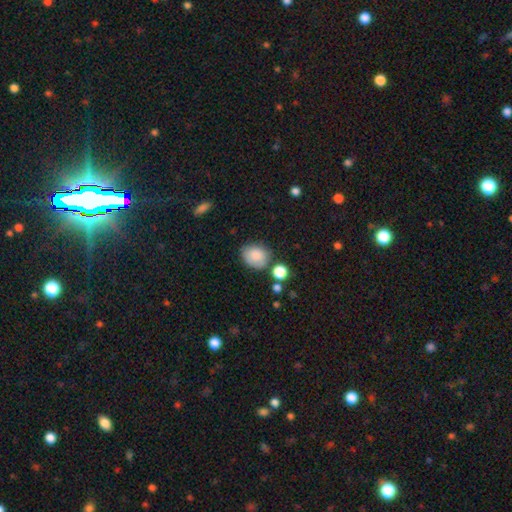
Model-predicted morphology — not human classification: Smooth or featured? smooth (85%)
How rounded? round (55%)
Merging? none (67%)